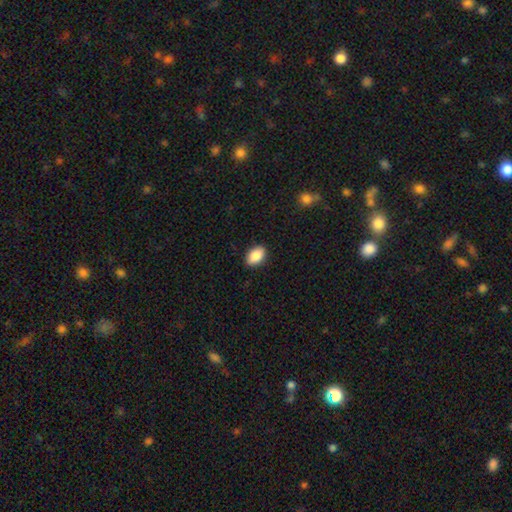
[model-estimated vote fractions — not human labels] Morphology: type=smooth (89%); roundness=in between (89%); merging=none (89%).